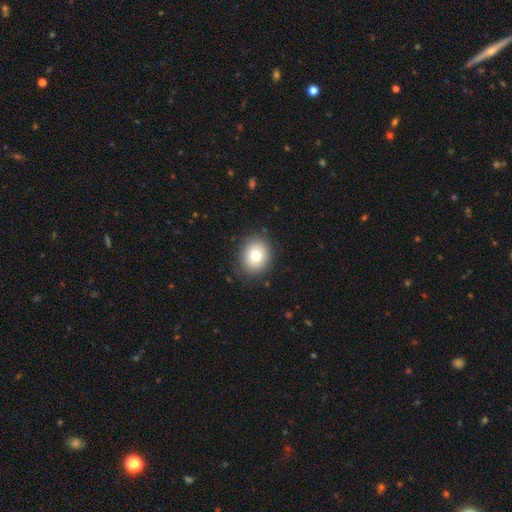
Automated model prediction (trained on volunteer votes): A smooth galaxy with no disk features (75%) that is round (67%). Merging: none (87%).